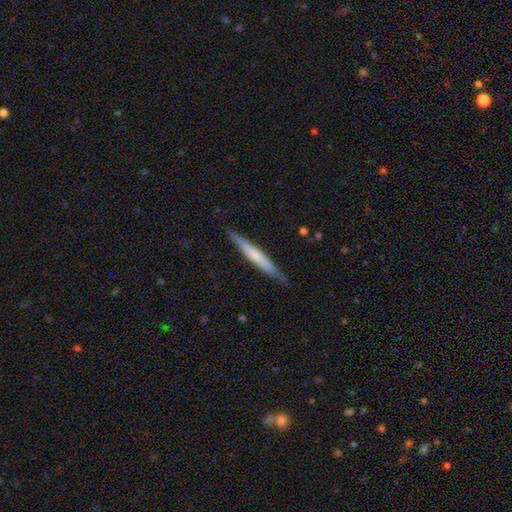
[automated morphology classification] A featured or disk galaxy (47%, tied with smooth). Merging: none (87%).